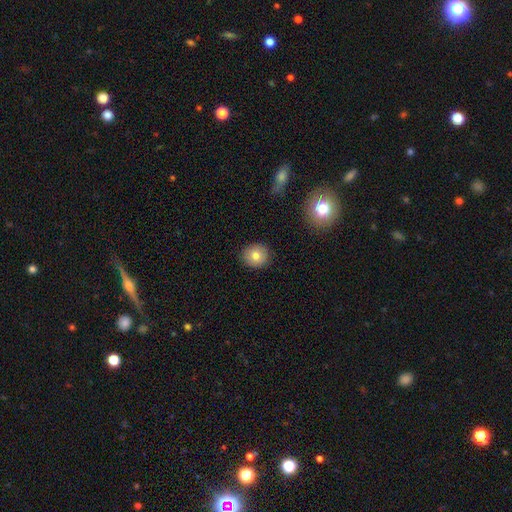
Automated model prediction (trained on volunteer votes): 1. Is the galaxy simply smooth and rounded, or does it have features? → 80% smooth, 11% featured or disk, 9% star or artifact.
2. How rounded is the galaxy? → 83% round, 16% in between, 1% cigar-shaped.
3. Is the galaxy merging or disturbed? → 90% none, 7% minor disturbance, 2% major disturbance, 1% merger.